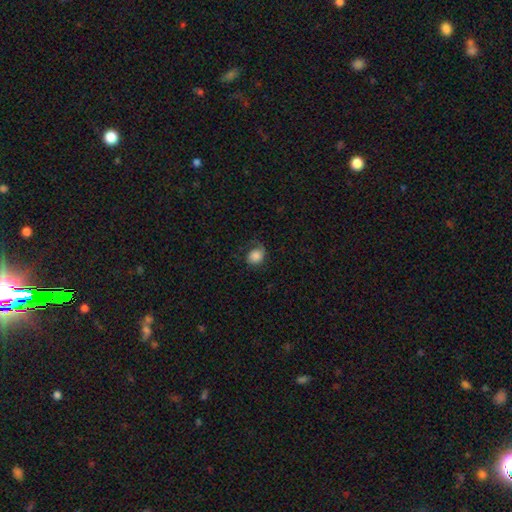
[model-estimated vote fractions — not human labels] Q: Smooth or featured?
A: smooth (75%); runner-up: featured or disk (17%)
Q: How rounded?
A: round (54%); runner-up: in between (46%)
Q: Merging?
A: none (52%); runner-up: minor disturbance (27%)